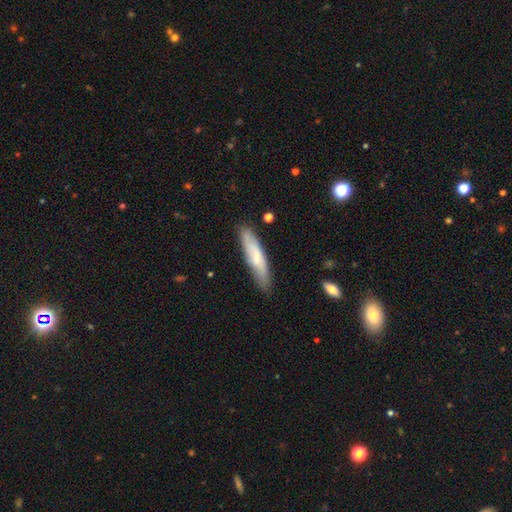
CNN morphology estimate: smooth 62%, featured or disk 31%, star or artifact 6%. Down the decision tree: how rounded — cigar-shaped (80%); merging — none (81%).